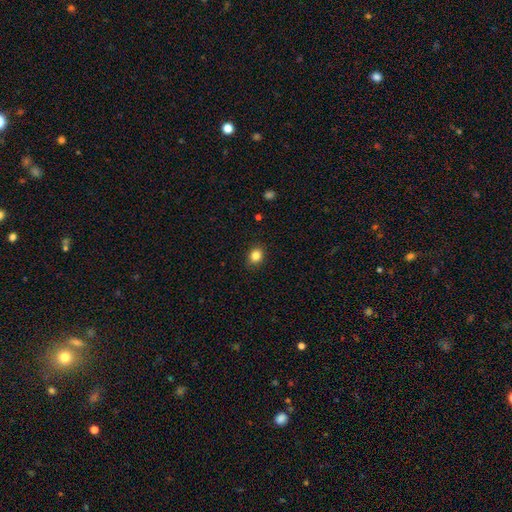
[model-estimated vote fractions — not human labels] This is clearly a smooth galaxy (84%). How rounded: possibly round (56%). Merging: clearly none (88%).